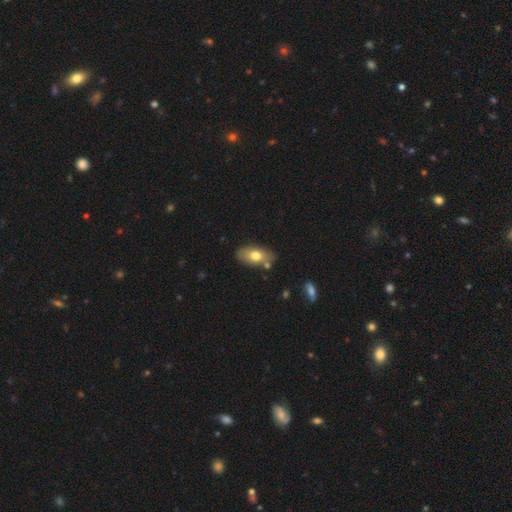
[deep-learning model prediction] Smooth or featured: smooth — 70% (featured or disk — 23%)
How rounded: in between — 90% (round — 6%)
Merging: none — 75% (minor disturbance — 14%)